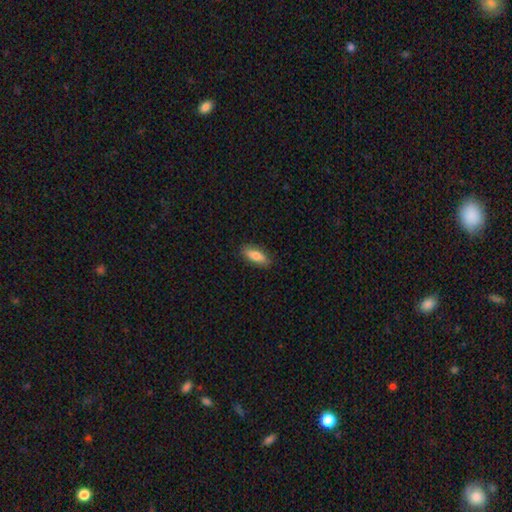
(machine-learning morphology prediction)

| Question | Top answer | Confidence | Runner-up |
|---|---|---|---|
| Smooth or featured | smooth | 80% | featured or disk (14%) |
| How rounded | in between | 74% | cigar-shaped (24%) |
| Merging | none | 86% | minor disturbance (11%) |